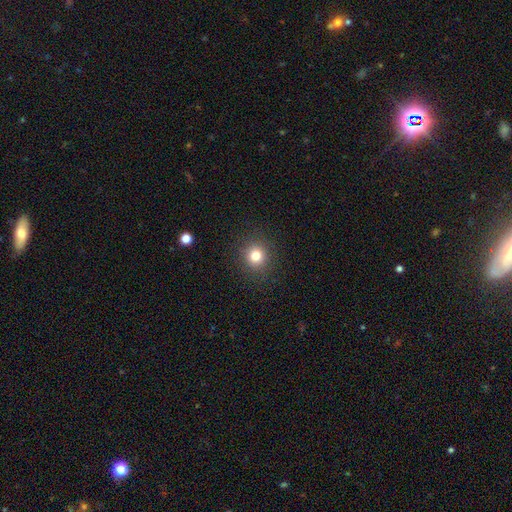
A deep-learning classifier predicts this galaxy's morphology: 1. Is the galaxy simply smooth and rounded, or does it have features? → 79% smooth, 14% star or artifact, 7% featured or disk.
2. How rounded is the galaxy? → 90% round, 9% in between, 1% cigar-shaped.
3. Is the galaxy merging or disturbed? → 90% none, 6% minor disturbance, 3% major disturbance, 1% merger.